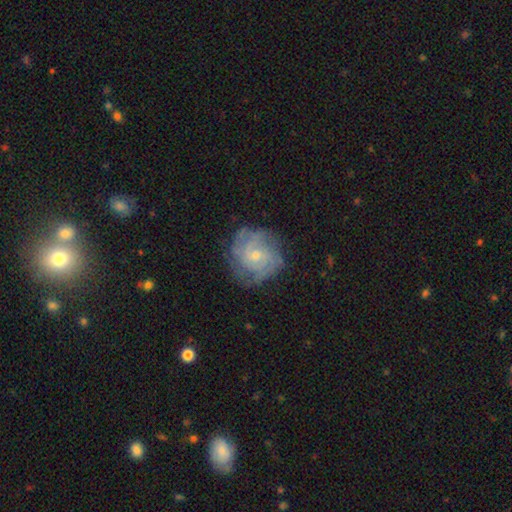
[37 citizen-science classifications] Smooth or featured: featured or disk — 86% (smooth — 11%)
Edge-on disk: no — 97% (yes — 3%)
Bar: no — 68% (weak — 26%)
Spiral arms: yes — 87% (no — 13%)
Spiral winding: tight — 70% (medium — 26%)
Spiral arm count: can't tell — 44% (3 — 19%)
Bulge size: small — 58% (moderate — 39%)
Merging: none — 78% (major disturbance — 11%)